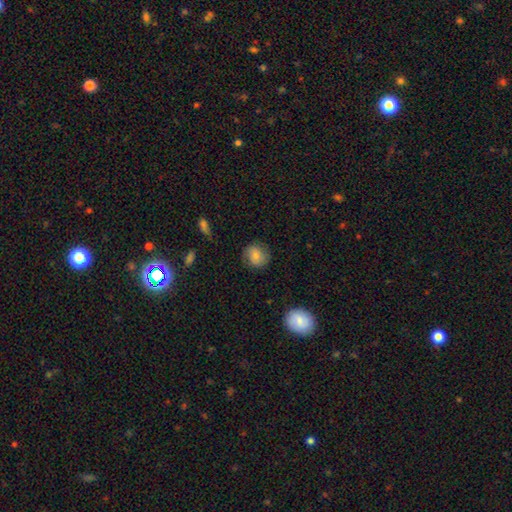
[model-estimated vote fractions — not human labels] smooth-or-featured: smooth: 70% | featured or disk: 21% | star or artifact: 9%
  how-rounded: round: 80% | in between: 19% | cigar-shaped: 1%
  merging: none: 79% | minor disturbance: 15% | major disturbance: 5% | merger: 1%